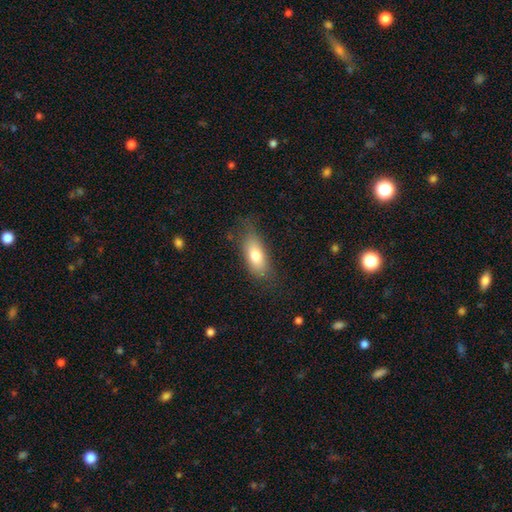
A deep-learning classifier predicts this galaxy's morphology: Smooth or featured? Predicted: smooth (p=0.75). How rounded? Predicted: in between (p=0.79). Merging? Predicted: none (p=0.71).